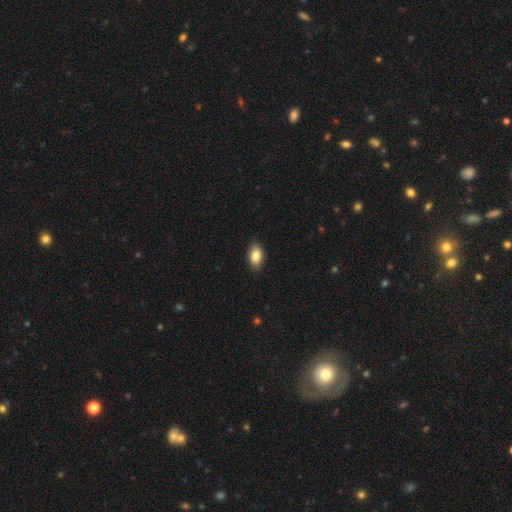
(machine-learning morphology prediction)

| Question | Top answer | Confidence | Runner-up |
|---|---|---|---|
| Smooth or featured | smooth | 85% | featured or disk (8%) |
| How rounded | in between | 92% | round (5%) |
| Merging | none | 89% | minor disturbance (8%) |